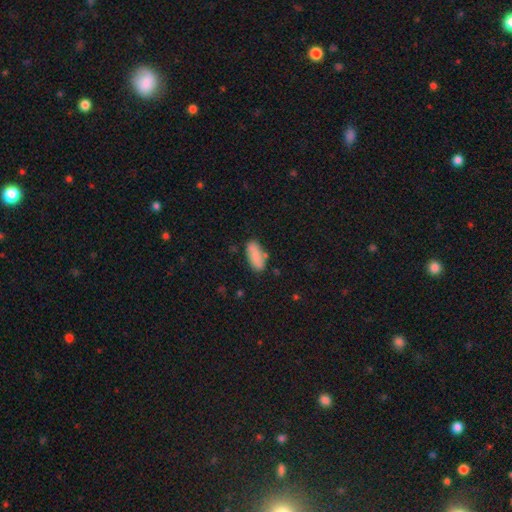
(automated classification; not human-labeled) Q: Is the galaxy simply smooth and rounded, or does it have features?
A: smooth — 85%.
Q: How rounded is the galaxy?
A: in between — 82%.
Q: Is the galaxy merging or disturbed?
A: none — 75%.